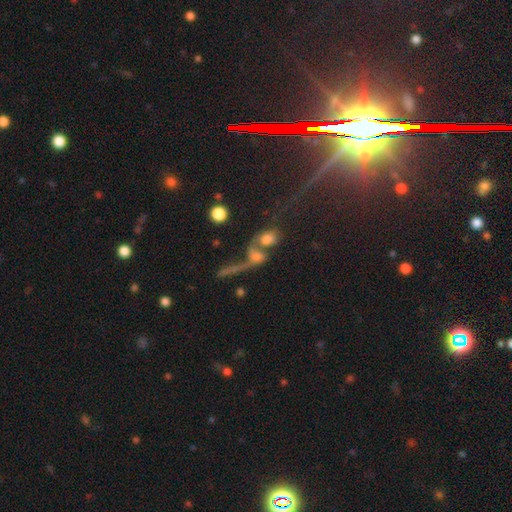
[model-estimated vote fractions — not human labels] This is possibly a star or artifact rather than a galaxy (54%).